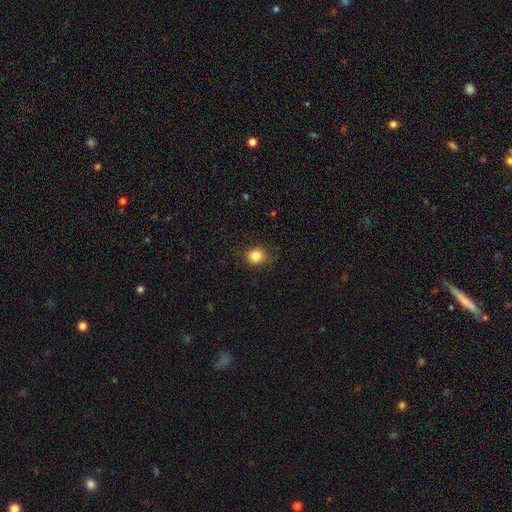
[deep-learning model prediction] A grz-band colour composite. It shows a smooth galaxy with no disk features (82%) that is round (80%). Merging: none (85%).